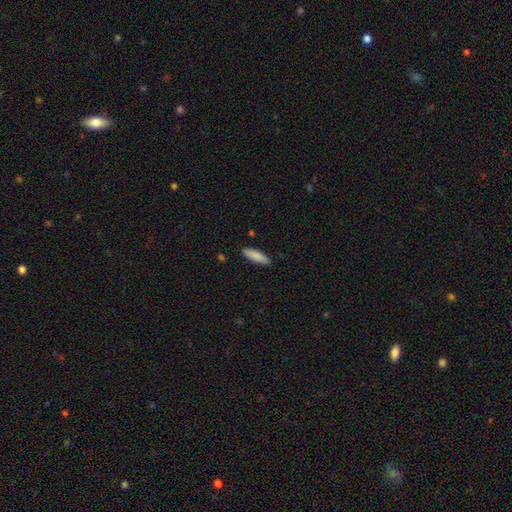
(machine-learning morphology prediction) Smooth or featured: smooth — 87% (featured or disk — 7%)
How rounded: cigar-shaped — 62% (in between — 36%)
Merging: none — 87% (minor disturbance — 10%)